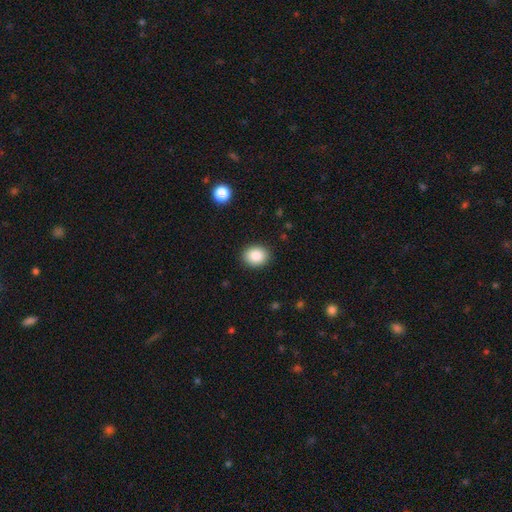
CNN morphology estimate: type=smooth (86%); roundness=round (56%); merging=none (89%).